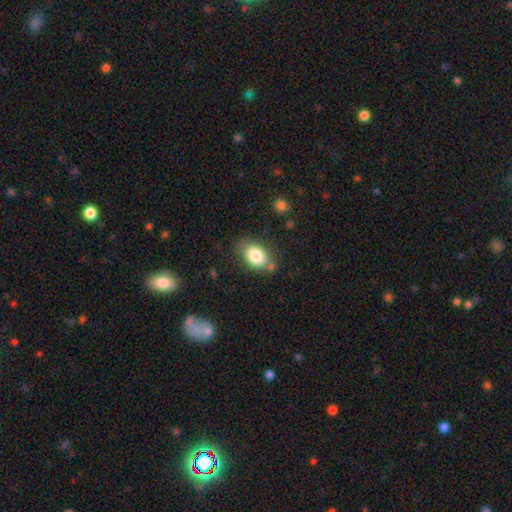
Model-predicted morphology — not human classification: smooth_or_featured: smooth (p=0.82) [alt: featured or disk p=0.10]
how_rounded: in between (p=0.81) [alt: round p=0.18]
merging: none (p=0.72) [alt: minor disturbance p=0.17]